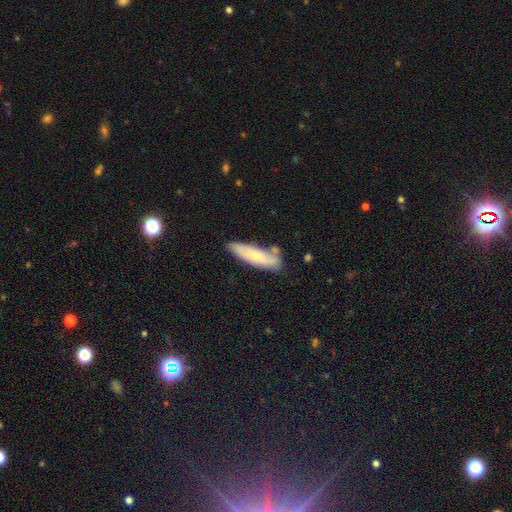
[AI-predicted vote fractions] smooth_or_featured: smooth (p=0.62) [alt: featured or disk p=0.32]
how_rounded: cigar-shaped (p=0.60) [alt: in between p=0.38]
merging: none (p=0.63) [alt: minor disturbance p=0.23]